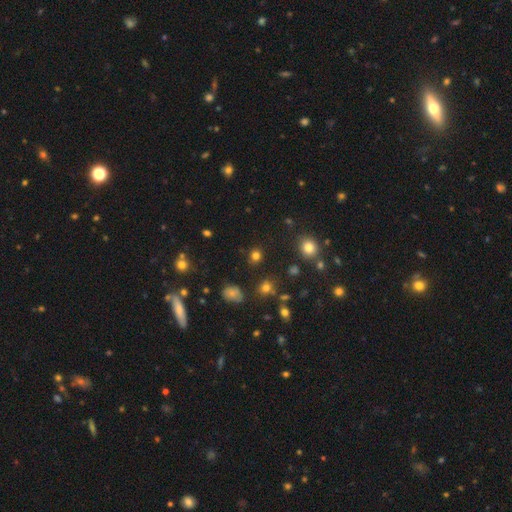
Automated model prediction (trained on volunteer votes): A smooth galaxy with no disk features (76%) that is round (83%).

Vote fractions:
- Smooth or featured? smooth: 76% / star or artifact: 19% / featured or disk: 5%
- How rounded? round: 83% / in between: 15% / cigar-shaped: 1%
- Merging? none: 85% / minor disturbance: 9% / merger: 3% / major disturbance: 3%